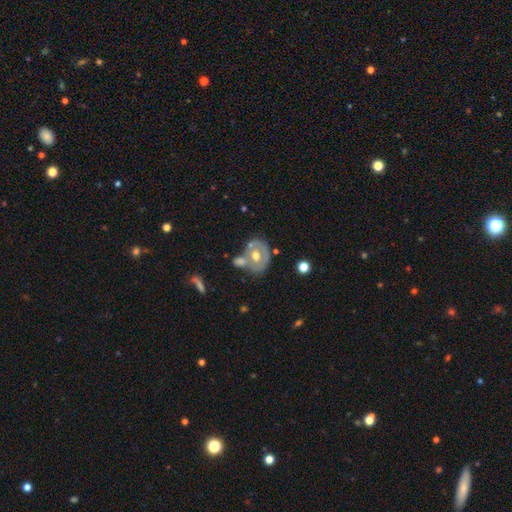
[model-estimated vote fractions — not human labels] smooth-or-featured: featured or disk: 57% | smooth: 37% | star or artifact: 7%
  disk-edge-on: no: 94% | yes: 6%
    bar: no: 86% | weak: 10% | strong: 3%
    has-spiral-arms: no: 80% | yes: 20%
    bulge-size: moderate: 77% | large: 13% | small: 7% | none: 2% | dominant: 1%
  merging: none: 43% | merger: 31% | minor disturbance: 17% | major disturbance: 9%